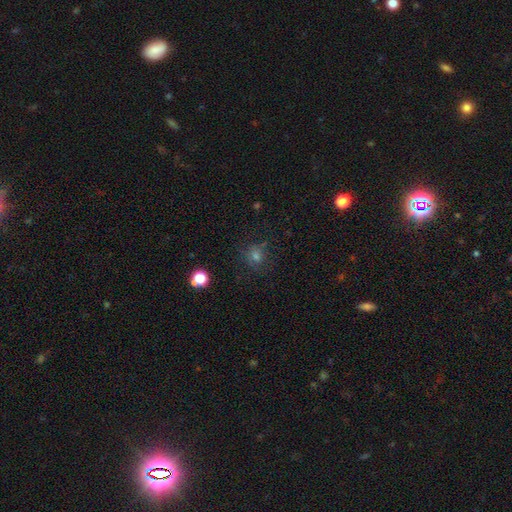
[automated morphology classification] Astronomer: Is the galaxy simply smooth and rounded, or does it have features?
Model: smooth — 58%.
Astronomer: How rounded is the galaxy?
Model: round — 86%.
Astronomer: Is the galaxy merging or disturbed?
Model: none — 78%.